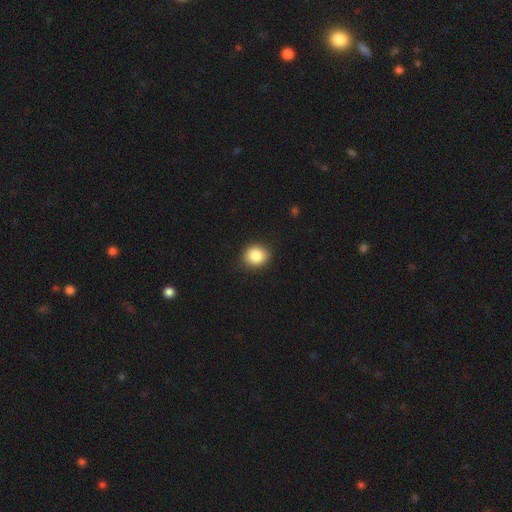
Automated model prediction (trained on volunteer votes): smooth-or-featured: smooth: 86% | star or artifact: 9% | featured or disk: 5%
  how-rounded: round: 73% | in between: 26% | cigar-shaped: 1%
  merging: none: 86% | minor disturbance: 11% | major disturbance: 2% | merger: 1%